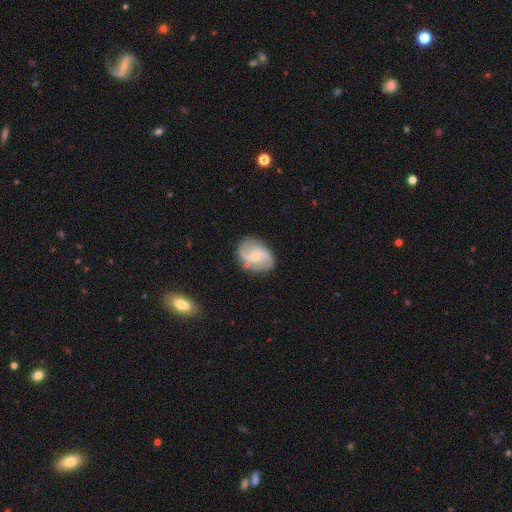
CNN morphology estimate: Q: Smooth or featured?
A: featured or disk (84%); runner-up: smooth (11%)
Q: Edge-on disk?
A: no (98%); runner-up: yes (2%)
Q: Bar?
A: no (51%); runner-up: weak (41%)
Q: Spiral arms?
A: yes (96%); runner-up: no (4%)
Q: Spiral winding?
A: medium (48%); runner-up: loose (36%)
Q: Spiral arm count?
A: 2 (89%); runner-up: can't tell (4%)
Q: Bulge size?
A: small (67%); runner-up: moderate (28%)
Q: Merging?
A: none (79%); runner-up: minor disturbance (15%)